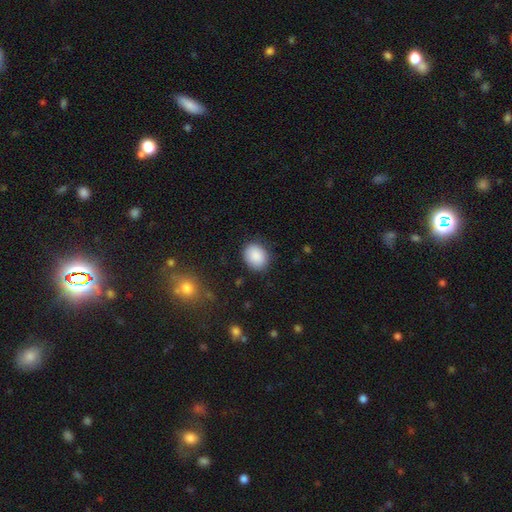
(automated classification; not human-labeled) smooth_or_featured: smooth (p=0.89) [alt: star or artifact p=0.07]
how_rounded: in between (p=0.53) [alt: round p=0.46]
merging: none (p=0.85) [alt: minor disturbance p=0.11]